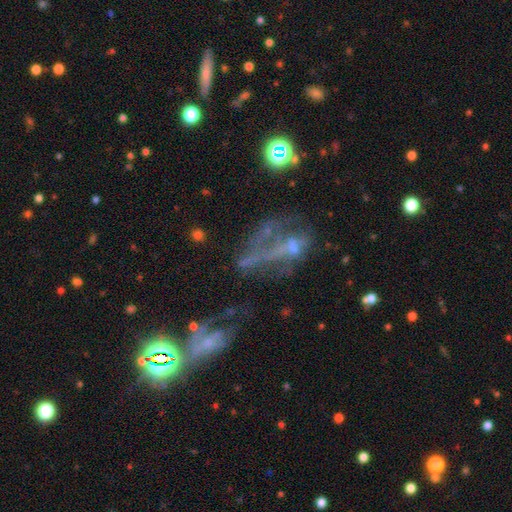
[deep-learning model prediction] Smooth or featured?
  - featured or disk: 57% *
  - star or artifact: 24%
  - smooth: 19%
Edge-on disk?
  - no: 95% *
  - yes: 5%
Bar?
  - no: 79% *
  - weak: 14%
  - strong: 6%
Spiral arms?
  - no: 70% *
  - yes: 30%
Bulge size?
  - none: 63% *
  - small: 22%
  - moderate: 11%
  - large: 2%
  - dominant: 2%
Merging?
  - major disturbance: 42% *
  - none: 25%
  - merger: 19%
  - minor disturbance: 14%